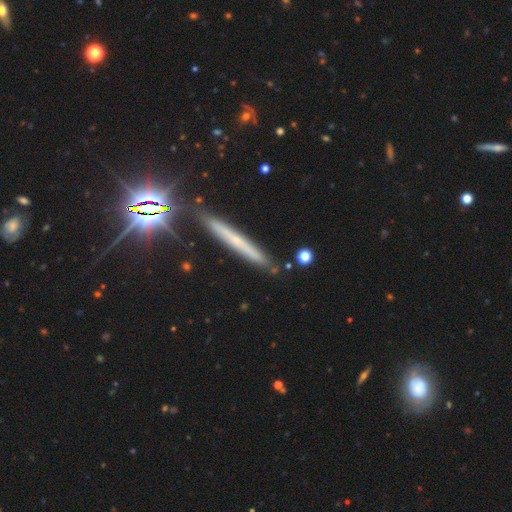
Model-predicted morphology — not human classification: A smooth galaxy with no disk features (54%) that is cigar-shaped (92%).

Vote fractions:
- Smooth or featured? smooth: 54% / featured or disk: 38% / star or artifact: 8%
- How rounded? cigar-shaped: 92% / in between: 5% / round: 3%
- Merging? none: 82% / minor disturbance: 10% / merger: 5% / major disturbance: 3%